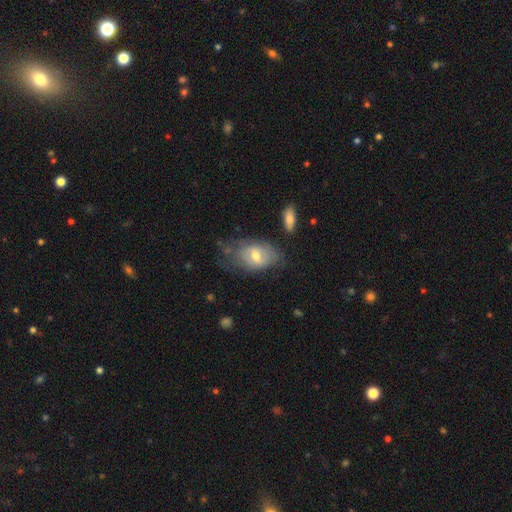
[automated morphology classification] Smooth or featured? Predicted: smooth (p=0.48). Merging? Predicted: none (p=0.49).